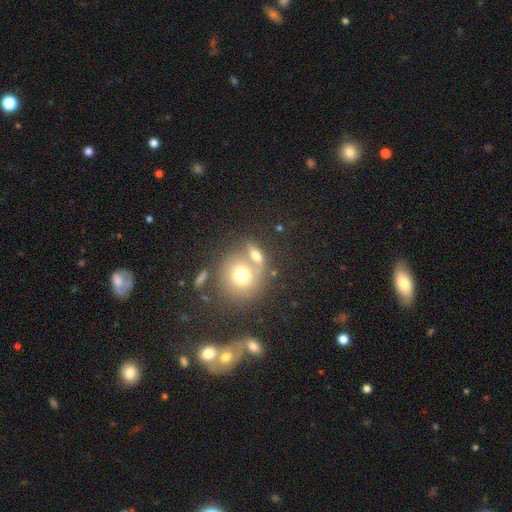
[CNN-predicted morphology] Smooth or featured? Predicted: smooth (p=0.65). How rounded? Predicted: round (p=0.51). Merging? Predicted: none (p=0.45).